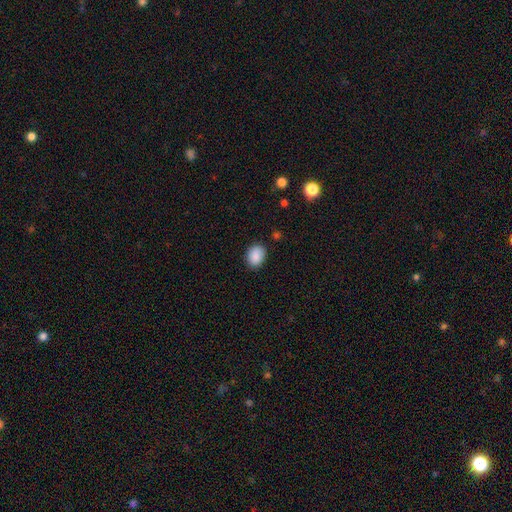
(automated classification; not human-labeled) This is clearly a smooth galaxy (89%). How rounded: likely in between (66%). Merging: clearly none (84%).